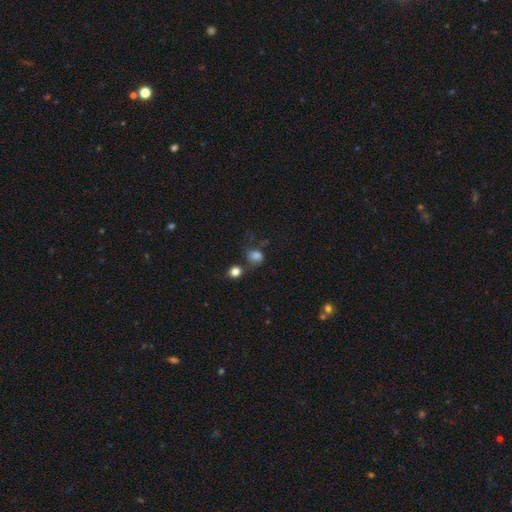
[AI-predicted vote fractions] The model was most divided on "merging": none: 52%, minor disturbance: 21%, merger: 15%, major disturbance: 12%. More confident: smooth or featured — smooth (78%); how rounded — round (66%).